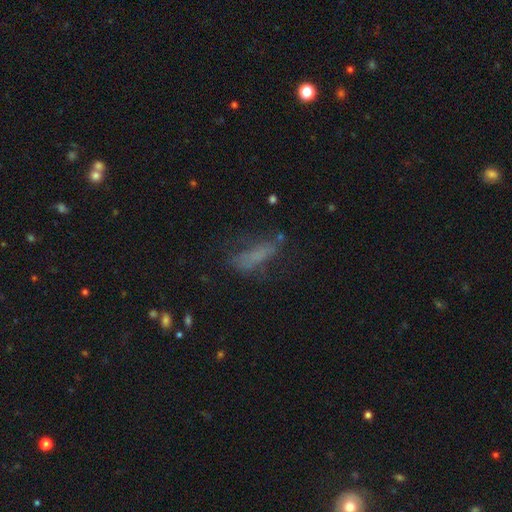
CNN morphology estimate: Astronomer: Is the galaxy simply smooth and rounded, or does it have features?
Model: smooth — 52% (runner-up: featured or disk, 29%).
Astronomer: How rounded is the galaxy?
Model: cigar-shaped — 51% (runner-up: in between, 46%).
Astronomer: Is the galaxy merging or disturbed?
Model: none — 48% (runner-up: major disturbance, 24%).